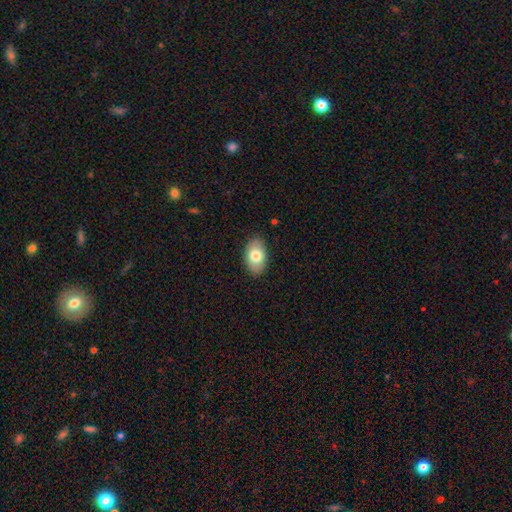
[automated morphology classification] type=smooth (77%); roundness=in between (91%); merging=none (87%).